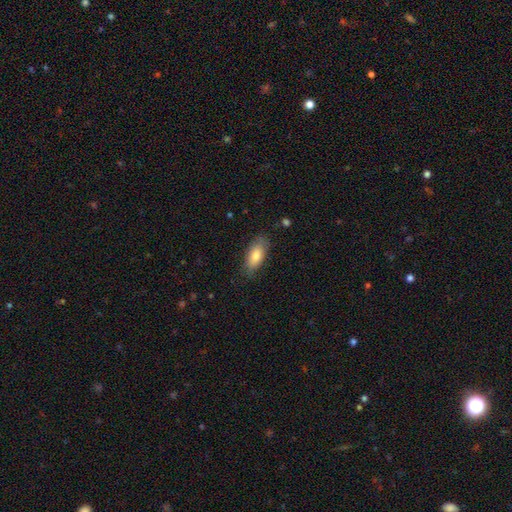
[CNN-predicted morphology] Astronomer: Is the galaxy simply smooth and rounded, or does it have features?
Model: smooth — 82%.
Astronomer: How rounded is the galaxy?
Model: in between — 85%.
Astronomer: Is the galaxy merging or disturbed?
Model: none — 78%.